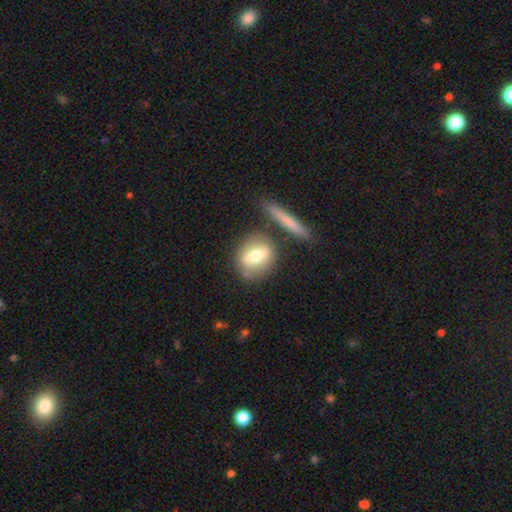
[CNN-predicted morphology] Q: Smooth or featured?
A: smooth (59%); runner-up: featured or disk (33%)
Q: How rounded?
A: round (48%); runner-up: in between (45%)
Q: Merging?
A: none (71%); runner-up: minor disturbance (13%)